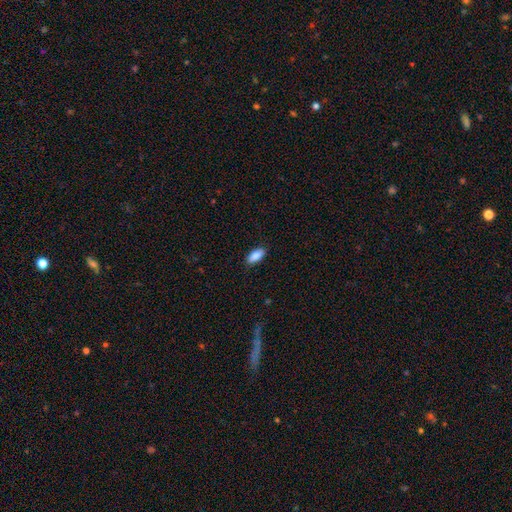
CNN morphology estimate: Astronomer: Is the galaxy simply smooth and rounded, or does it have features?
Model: smooth — 87%.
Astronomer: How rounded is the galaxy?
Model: in between — 86%.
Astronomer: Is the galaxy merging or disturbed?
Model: none — 87%.